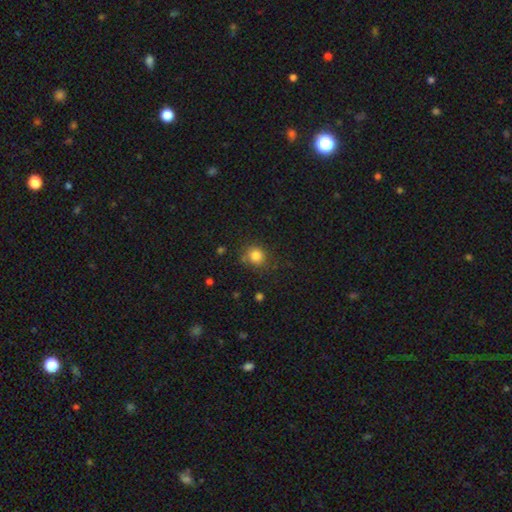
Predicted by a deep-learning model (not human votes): A smooth galaxy with no disk features (83%) that is round (84%). Merging: none (79%).